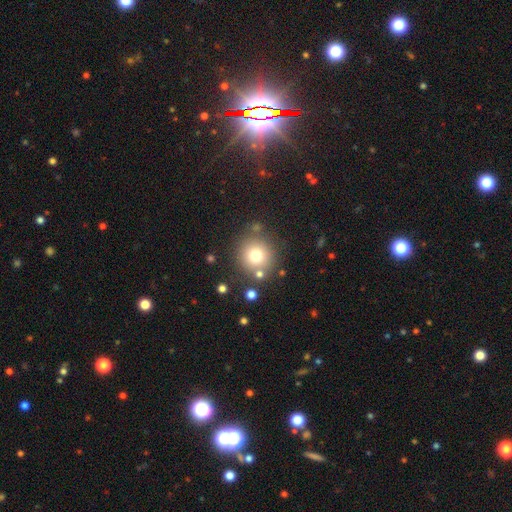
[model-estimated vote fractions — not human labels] Smooth or featured?
  - smooth: 74% *
  - star or artifact: 13%
  - featured or disk: 12%
How rounded?
  - round: 92% *
  - in between: 7%
  - cigar-shaped: 1%
Merging?
  - none: 79% *
  - minor disturbance: 10%
  - merger: 7%
  - major disturbance: 4%